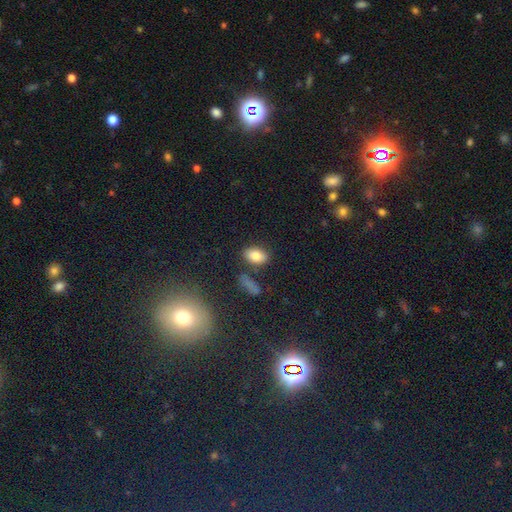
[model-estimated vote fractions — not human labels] Overall: smooth (82%). How rounded: in between (89%). Merging: none (77%).